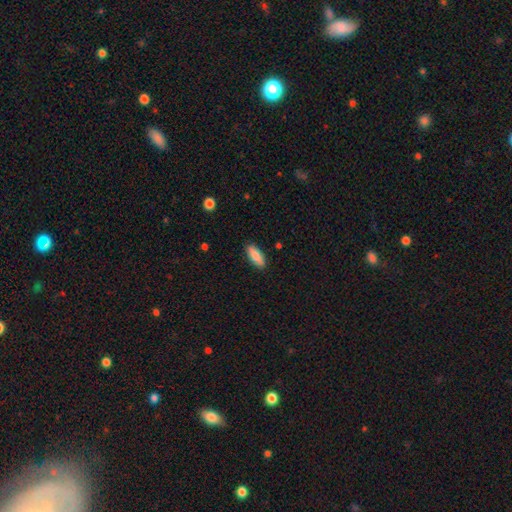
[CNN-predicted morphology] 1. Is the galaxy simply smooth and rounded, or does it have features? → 84% smooth, 10% featured or disk, 6% star or artifact.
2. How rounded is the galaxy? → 74% in between, 24% cigar-shaped, 2% round.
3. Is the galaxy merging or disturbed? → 88% none, 9% minor disturbance, 2% major disturbance, 1% merger.